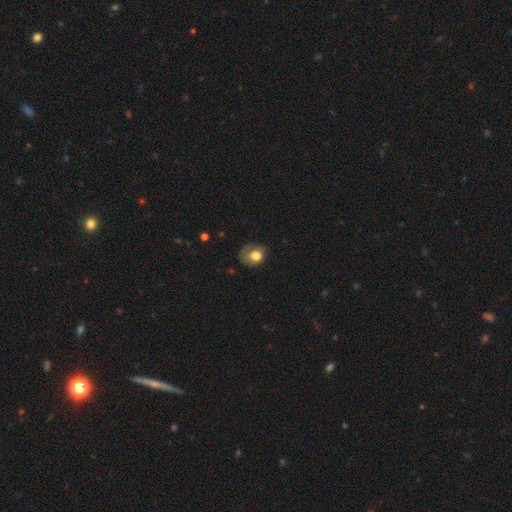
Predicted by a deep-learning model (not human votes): The model was most divided on "how rounded": round: 55%, in between: 44%, cigar-shaped: 1%. Remaining: smooth or featured — smooth (71%); merging — none (43%).